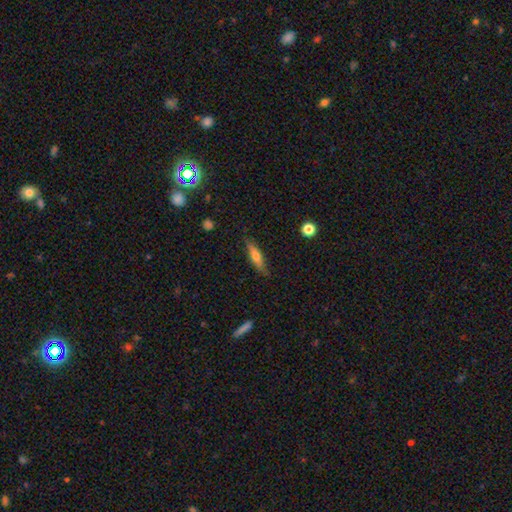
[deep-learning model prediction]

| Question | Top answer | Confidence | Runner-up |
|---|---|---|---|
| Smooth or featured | smooth | 56% | featured or disk (37%) |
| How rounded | cigar-shaped | 74% | in between (24%) |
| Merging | none | 82% | minor disturbance (14%) |